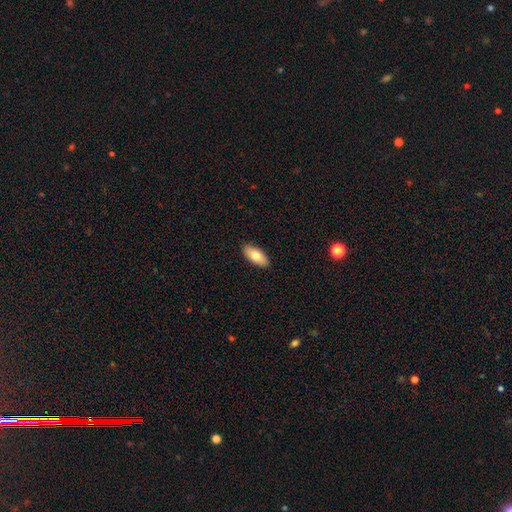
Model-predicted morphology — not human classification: This is likely a smooth galaxy (76%). How rounded: clearly in between (90%). Merging: clearly none (90%).